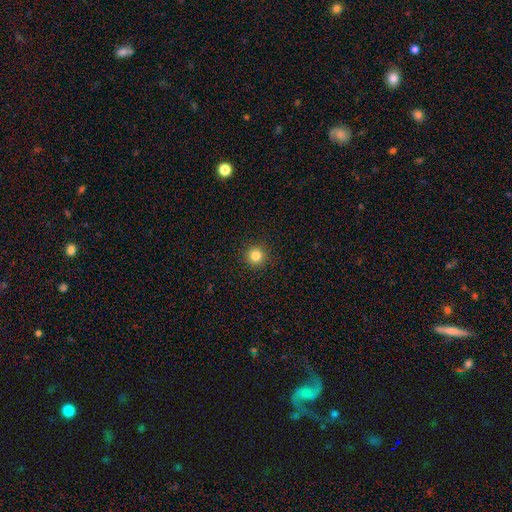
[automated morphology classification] Smooth or featured?
  - smooth: 83% *
  - star or artifact: 12%
  - featured or disk: 5%
How rounded?
  - round: 96% *
  - in between: 4%
  - cigar-shaped: 1%
Merging?
  - none: 93% *
  - minor disturbance: 5%
  - major disturbance: 2%
  - merger: 1%